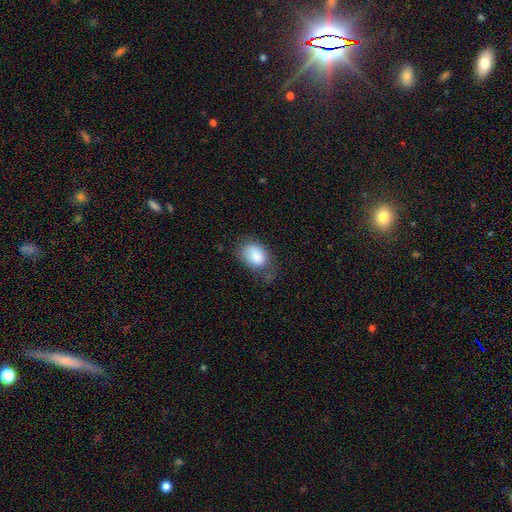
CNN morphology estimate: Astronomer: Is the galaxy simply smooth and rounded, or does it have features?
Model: smooth — 85%.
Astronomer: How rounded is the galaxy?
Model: in between — 80%.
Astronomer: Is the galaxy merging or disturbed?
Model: none — 51% (runner-up: minor disturbance, 32%).